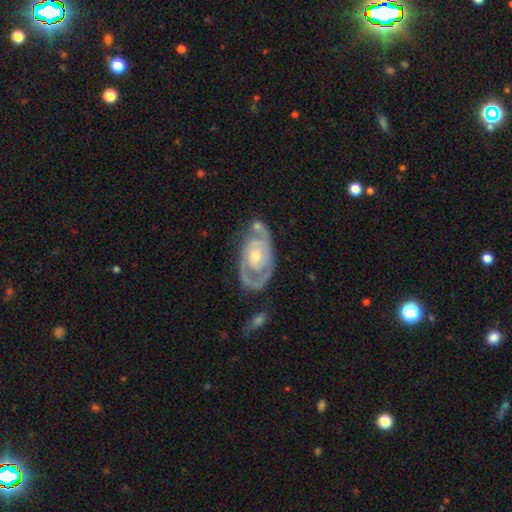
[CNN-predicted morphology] This appears to be a featured or disk galaxy (88%) with no bar (69%), 2 (80%) tight (60%) spiral arms (95%) and a moderate central bulge (53%). Merging: none (66%).